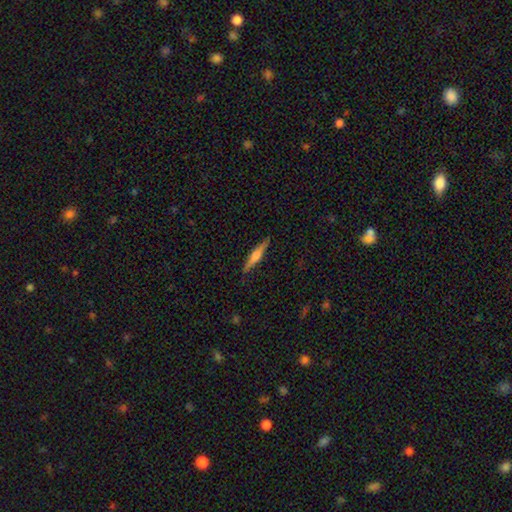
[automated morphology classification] A featured or disk galaxy (54%) viewed edge-on (97%) with a rounded central bulge (72%). Merging: none (88%).